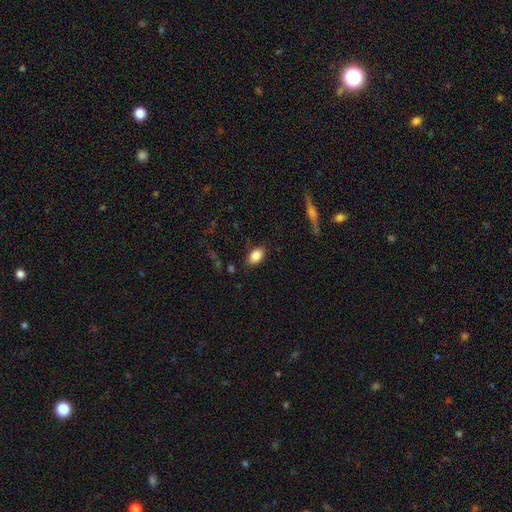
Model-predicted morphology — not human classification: A smooth galaxy with no disk features (85%) that is in between round and cigar-shaped (90%). Merging: none (85%).